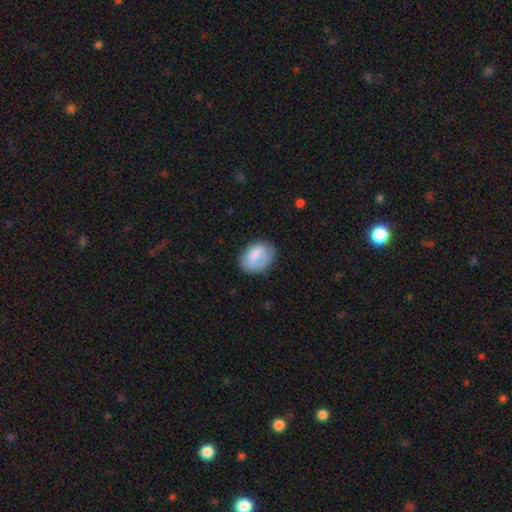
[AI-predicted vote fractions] This appears to be a smooth galaxy with no disk features (77%) that is in between round and cigar-shaped (71%). Merging: none (65%).